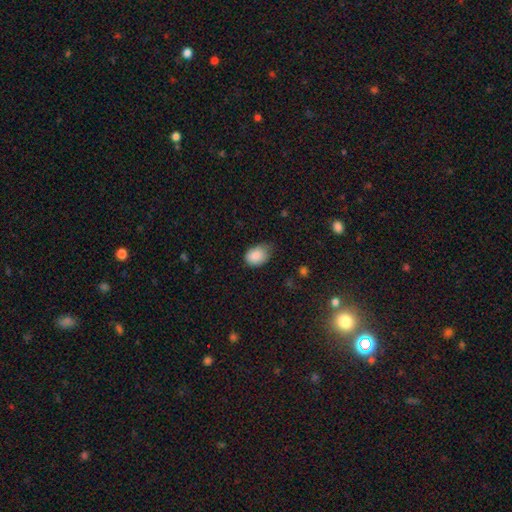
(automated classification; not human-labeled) The model was most divided on "merging": none: 51%, minor disturbance: 39%, major disturbance: 8%, merger: 1%. More confident: smooth or featured — smooth (87%); how rounded — in between (74%).